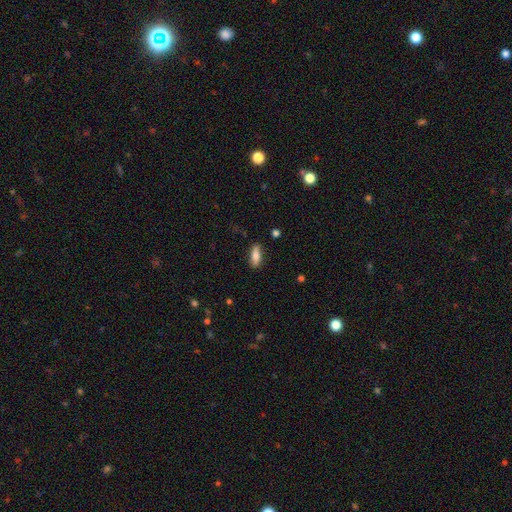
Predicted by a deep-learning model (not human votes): The model was most divided on "how rounded": in between: 70%, cigar-shaped: 27%, round: 3%. More confident: merging — none (84%); smooth or featured — smooth (76%).